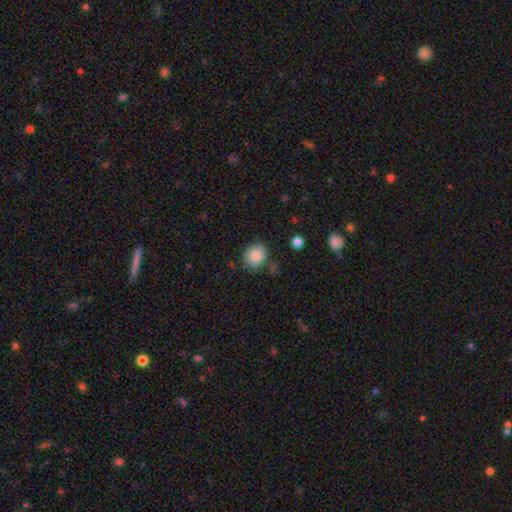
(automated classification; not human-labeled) This appears to be a smooth galaxy with no disk features (82%) that is round (75%). Merging: none (79%).